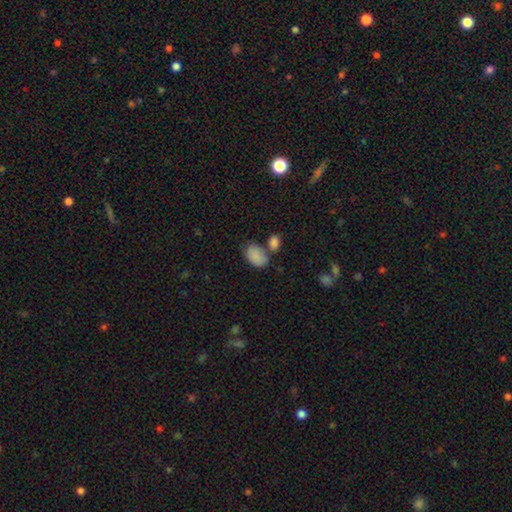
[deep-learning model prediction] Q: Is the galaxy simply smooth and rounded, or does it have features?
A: smooth — 85%.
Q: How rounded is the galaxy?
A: in between — 90%.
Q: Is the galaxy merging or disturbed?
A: none — 49%.